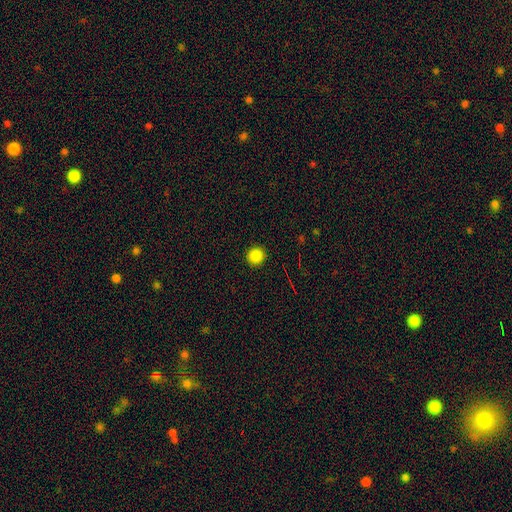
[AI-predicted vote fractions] Smooth or featured?
  - smooth: 86% *
  - star or artifact: 11%
  - featured or disk: 3%
How rounded?
  - round: 94% *
  - in between: 5%
  - cigar-shaped: 1%
Merging?
  - none: 93% *
  - minor disturbance: 4%
  - major disturbance: 2%
  - merger: 1%